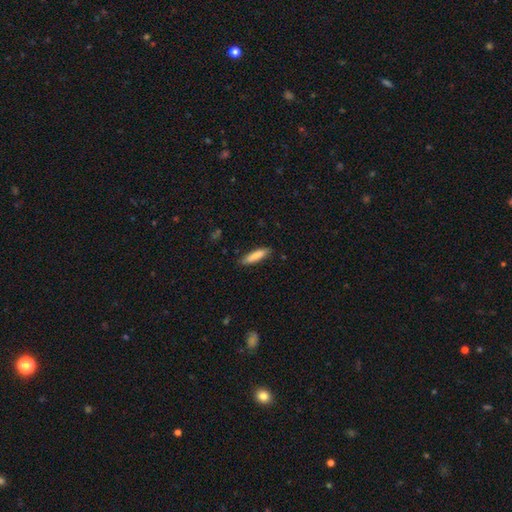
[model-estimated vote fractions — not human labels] A smooth galaxy with no disk features (84%) that is cigar-shaped (76%).

Vote fractions:
- Smooth or featured? smooth: 84% / featured or disk: 10% / star or artifact: 6%
- How rounded? cigar-shaped: 76% / in between: 22% / round: 1%
- Merging? none: 86% / minor disturbance: 11% / major disturbance: 2% / merger: 1%